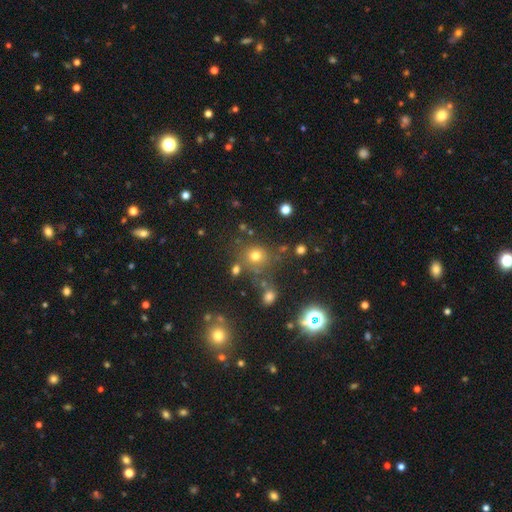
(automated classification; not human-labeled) This appears to be a smooth galaxy with no disk features (69%) that is round (86%). Merging: none (72%).